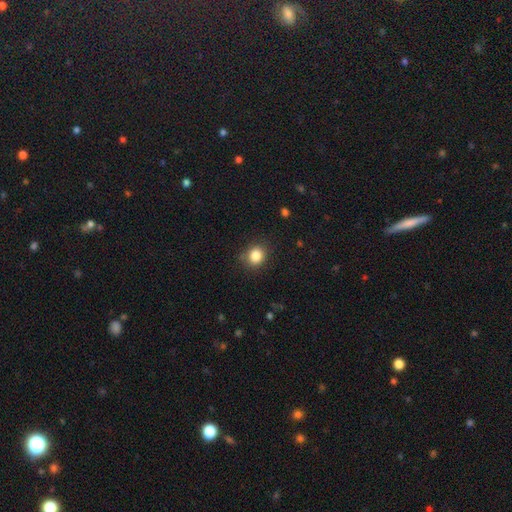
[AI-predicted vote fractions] smooth 84%, star or artifact 11%, featured or disk 5%. Down the decision tree: how rounded — round (74%); merging — none (83%).